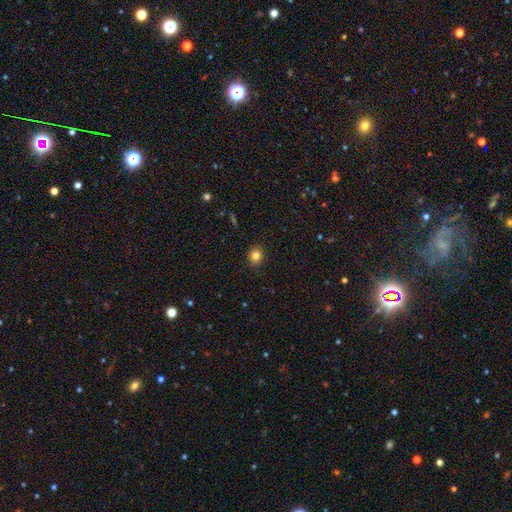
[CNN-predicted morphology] Smooth or featured: smooth — 83% (star or artifact — 11%)
How rounded: round — 72% (in between — 27%)
Merging: none — 89% (minor disturbance — 8%)